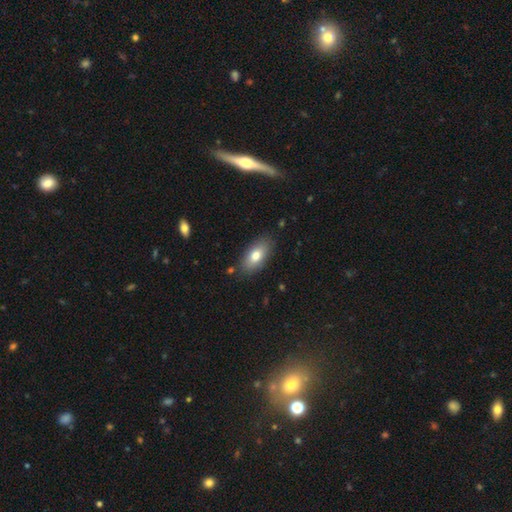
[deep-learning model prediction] This appears to be a smooth galaxy with no disk features (78%) that is in between round and cigar-shaped (89%). Merging: none (83%).